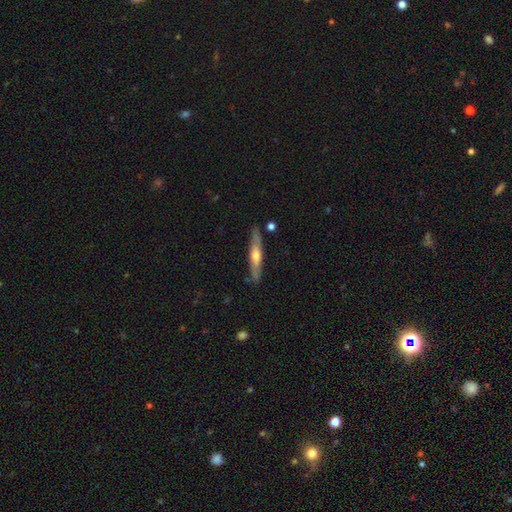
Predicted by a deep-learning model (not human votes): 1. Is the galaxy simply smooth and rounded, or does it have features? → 53% featured or disk, 41% smooth, 6% star or artifact.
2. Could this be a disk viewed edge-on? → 85% yes, 15% no.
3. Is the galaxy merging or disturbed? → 84% none, 11% minor disturbance, 3% merger, 2% major disturbance.